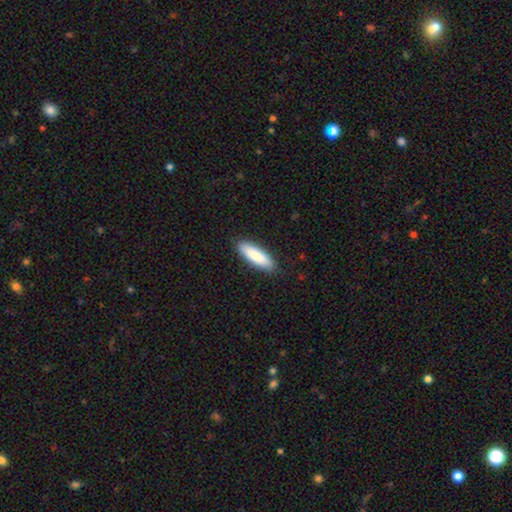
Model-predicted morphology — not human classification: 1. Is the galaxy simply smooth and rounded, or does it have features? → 85% smooth, 9% featured or disk, 5% star or artifact.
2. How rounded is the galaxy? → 50% cigar-shaped, 49% in between, 1% round.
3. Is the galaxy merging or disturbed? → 86% none, 11% minor disturbance, 2% major disturbance, 1% merger.